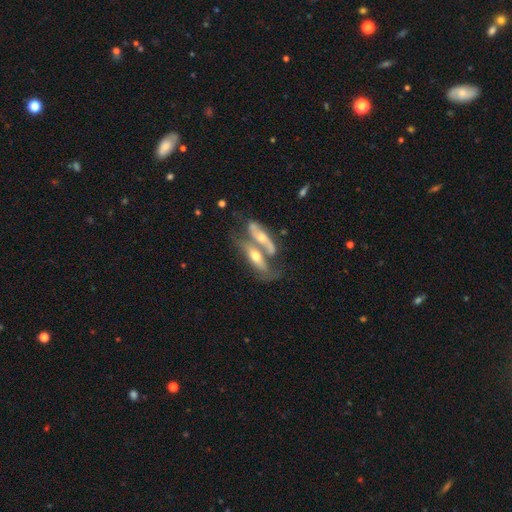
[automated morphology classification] type=featured or disk (63%); edge-on=yes (51%); merging=merger (62%).